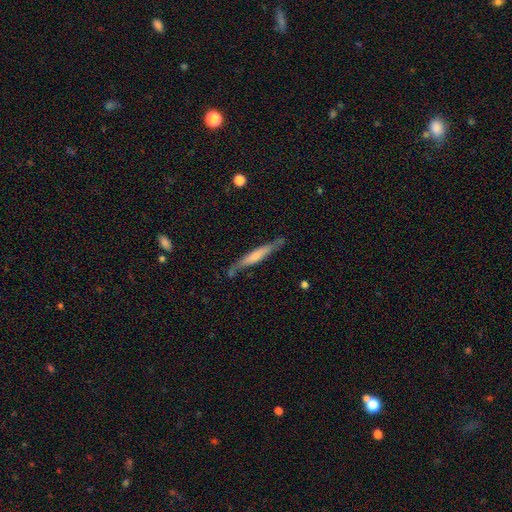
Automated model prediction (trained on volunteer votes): This appears to be a featured or disk galaxy (48%). Merging: none (72%).